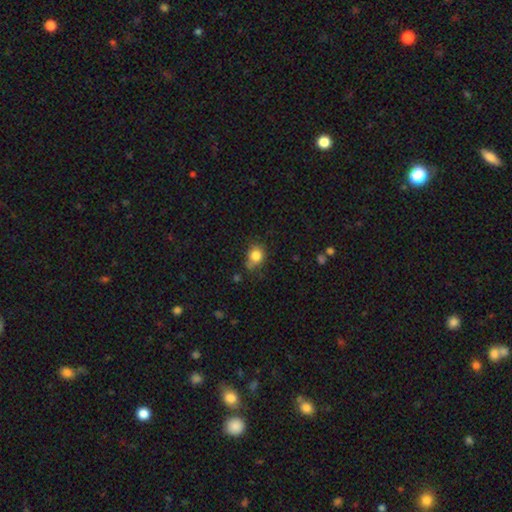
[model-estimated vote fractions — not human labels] smooth-or-featured: smooth: 83% | star or artifact: 11% | featured or disk: 6%
  how-rounded: round: 73% | in between: 26% | cigar-shaped: 1%
  merging: none: 65% | minor disturbance: 21% | merger: 8% | major disturbance: 5%